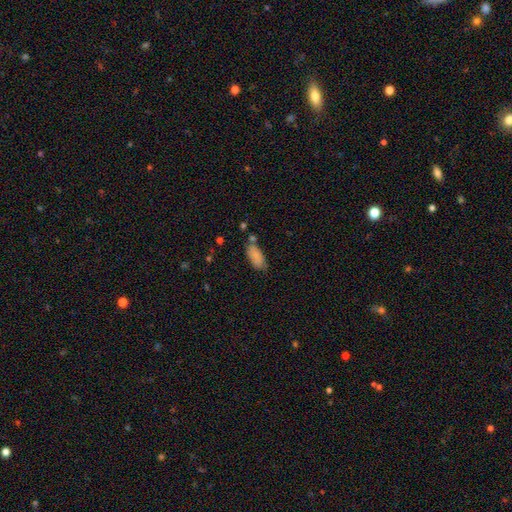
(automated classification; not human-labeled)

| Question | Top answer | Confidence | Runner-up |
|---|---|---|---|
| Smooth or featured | smooth | 82% | featured or disk (11%) |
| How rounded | in between | 88% | cigar-shaped (9%) |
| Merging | none | 60% | minor disturbance (23%) |